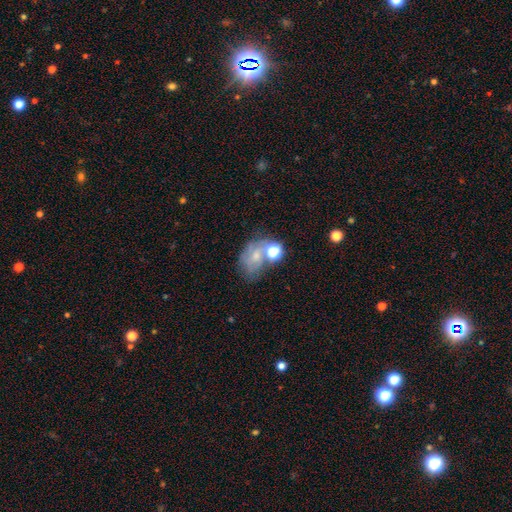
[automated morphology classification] A smooth galaxy with no disk features (50%). Merging: none (35%).